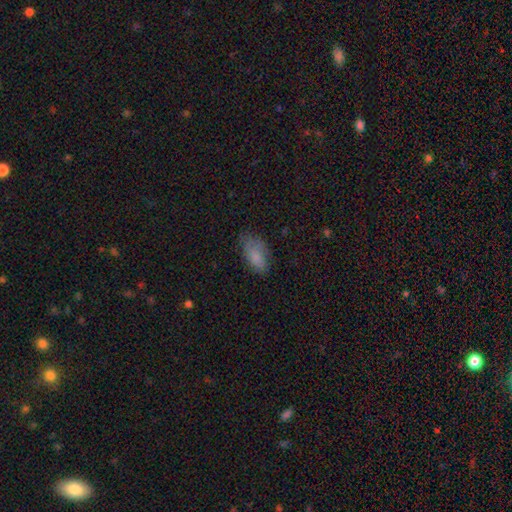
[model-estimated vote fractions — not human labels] Overall: smooth (80%). How rounded: in between (91%). Merging: none (63%; minor disturbance 27%).